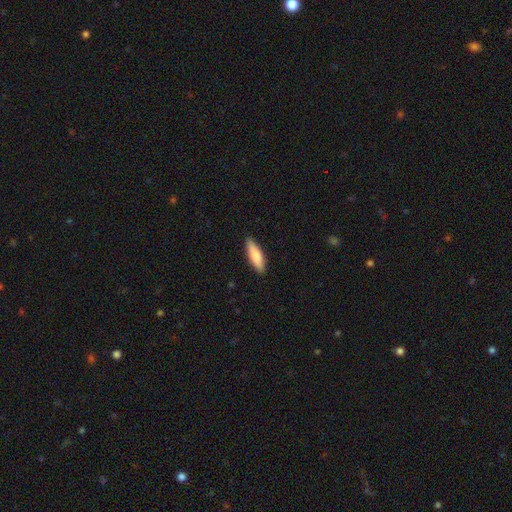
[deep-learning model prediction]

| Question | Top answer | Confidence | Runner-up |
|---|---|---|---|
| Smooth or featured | smooth | 78% | featured or disk (17%) |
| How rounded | cigar-shaped | 57% | in between (41%) |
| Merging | none | 89% | minor disturbance (8%) |